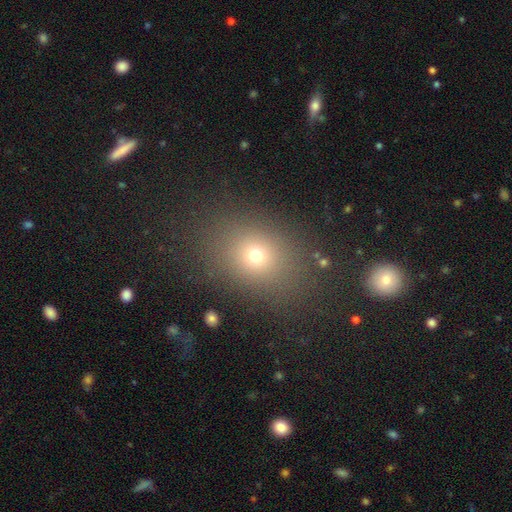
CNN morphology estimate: This appears to be a smooth galaxy with no disk features (70%) that is in between round and cigar-shaped (50%). Merging: none (81%).